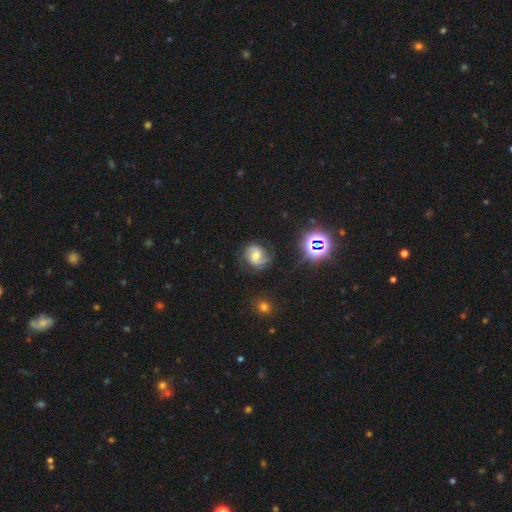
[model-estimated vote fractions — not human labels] This is possibly a featured or disk galaxy (53%). It is clearly not viewed edge-on (97%). Bar: possibly no (48%). Spiral arm pattern: clearly yes (88%). Central bulge: possibly moderate (54%). Merging: likely none (68%).